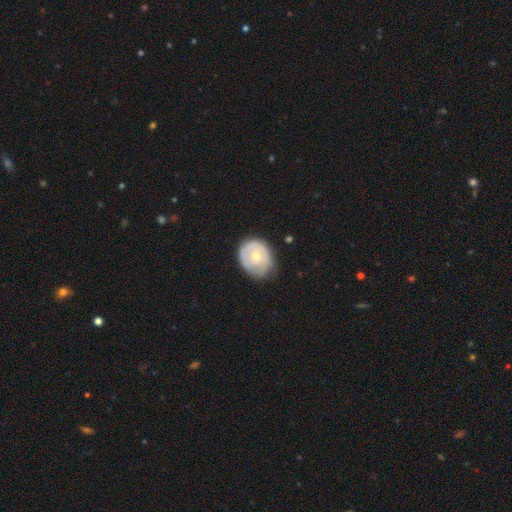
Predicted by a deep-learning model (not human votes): Smooth or featured: featured or disk — 49% (smooth — 46%)
Merging: none — 55% (minor disturbance — 33%)